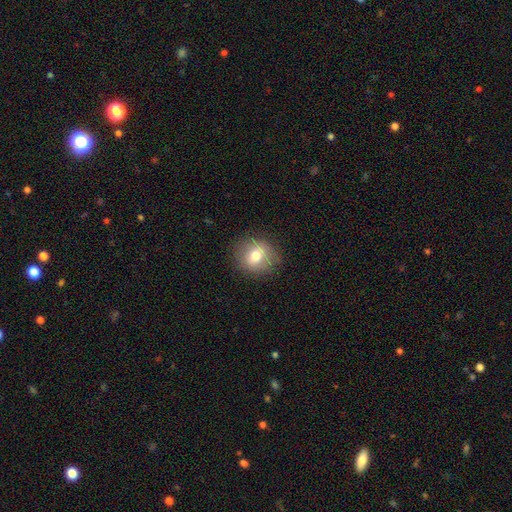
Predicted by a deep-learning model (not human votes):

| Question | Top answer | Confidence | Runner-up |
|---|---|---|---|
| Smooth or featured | smooth | 73% | featured or disk (17%) |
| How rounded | round | 78% | in between (21%) |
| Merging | none | 84% | minor disturbance (11%) |